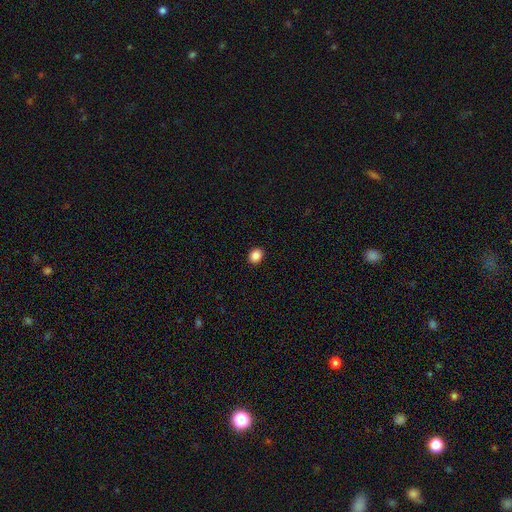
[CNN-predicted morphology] Smooth or featured: smooth — 86% (star or artifact — 10%)
How rounded: round — 58% (in between — 41%)
Merging: none — 92% (minor disturbance — 5%)